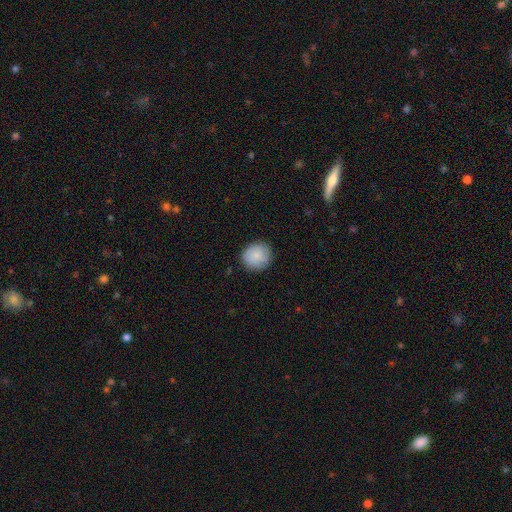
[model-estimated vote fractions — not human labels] A smooth galaxy with no disk features (84%) that is round (89%).

Vote fractions:
- Smooth or featured? smooth: 84% / featured or disk: 9% / star or artifact: 7%
- How rounded? round: 89% / in between: 10% / cigar-shaped: 1%
- Merging? none: 85% / minor disturbance: 11% / major disturbance: 3% / merger: 1%